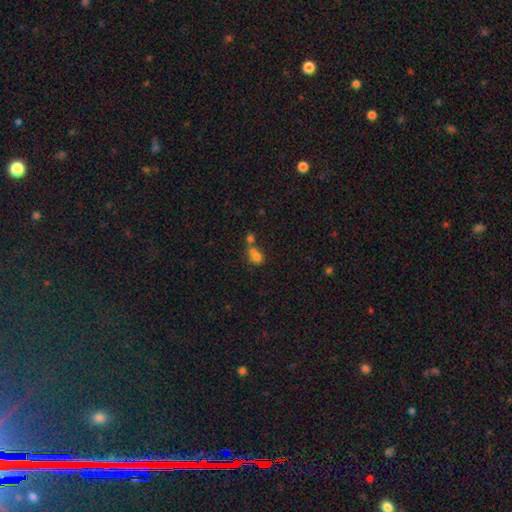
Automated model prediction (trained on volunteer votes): This is likely a smooth galaxy (70%). How rounded: possibly round (50%). Merging: likely merger (62%).